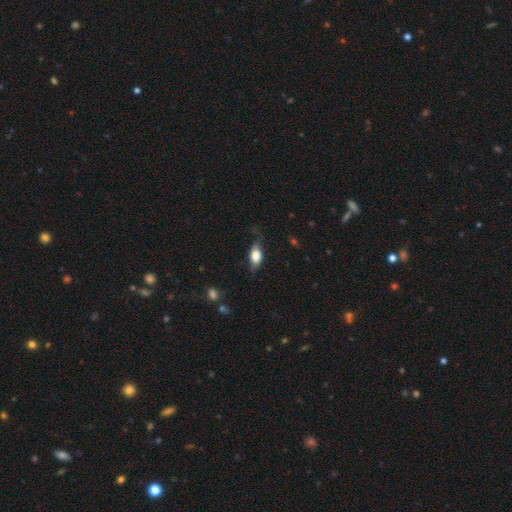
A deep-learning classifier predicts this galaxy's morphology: A smooth galaxy with no disk features (69%) that is in between round and cigar-shaped (83%). Merging: none (64%).